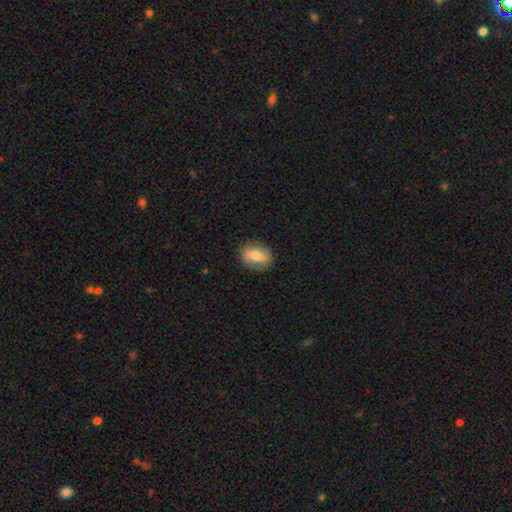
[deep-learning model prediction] Q: Smooth or featured?
A: smooth (66%); runner-up: featured or disk (26%)
Q: How rounded?
A: in between (63%); runner-up: round (35%)
Q: Merging?
A: none (84%); runner-up: minor disturbance (12%)